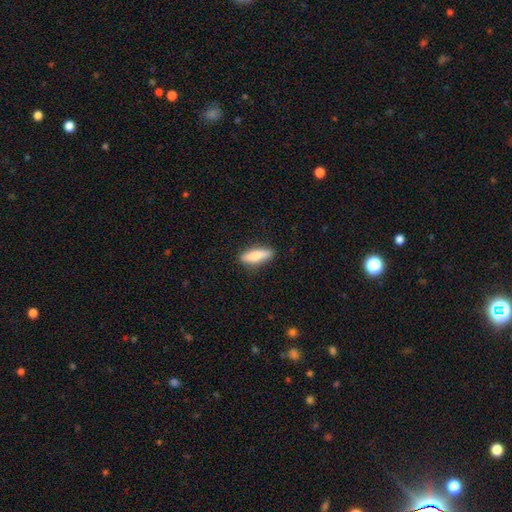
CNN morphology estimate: Smooth or featured? smooth (74%)
How rounded? cigar-shaped (55%)
Merging? none (86%)